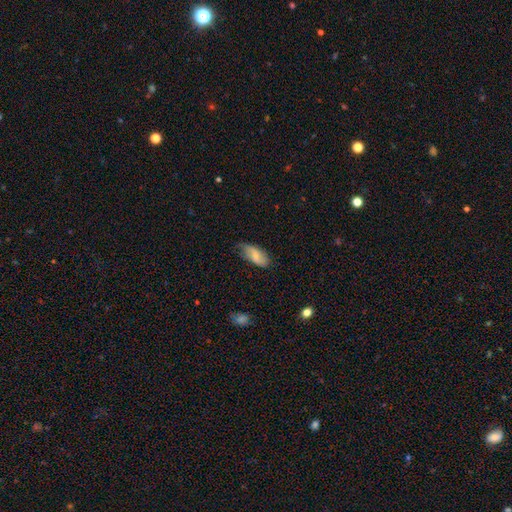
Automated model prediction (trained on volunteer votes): smooth 69%, featured or disk 25%, star or artifact 7%. Down the decision tree: how rounded — in between (90%); merging — none (61%).